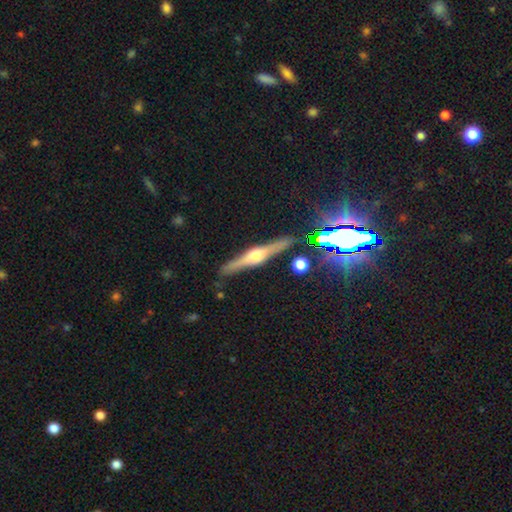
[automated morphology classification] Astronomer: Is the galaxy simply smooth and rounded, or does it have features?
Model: featured or disk — 78%.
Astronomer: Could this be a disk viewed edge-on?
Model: yes — 98%.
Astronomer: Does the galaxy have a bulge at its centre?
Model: rounded — 92%.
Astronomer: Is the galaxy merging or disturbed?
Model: none — 88%.